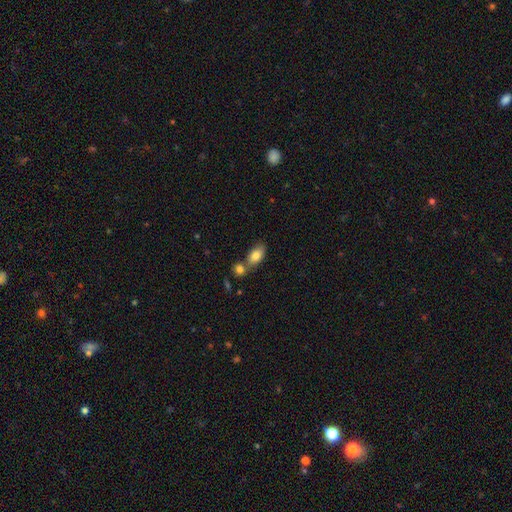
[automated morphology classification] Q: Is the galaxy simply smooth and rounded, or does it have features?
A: smooth — 81%.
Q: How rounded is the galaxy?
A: in between — 88%.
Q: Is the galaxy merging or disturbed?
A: none — 45%.